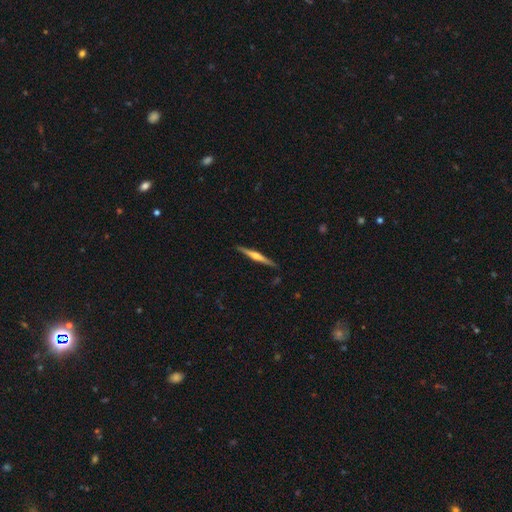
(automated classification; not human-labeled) A featured or disk galaxy (69%) viewed edge-on (98%) with a rounded central bulge (83%).

Vote fractions:
- Smooth or featured? featured or disk: 69% / smooth: 25% / star or artifact: 5%
- Edge-on disk? yes: 98% / no: 2%
- Edge-on bulge? rounded: 83% / none: 10% / boxy: 7%
- Merging? none: 90% / minor disturbance: 7% / major disturbance: 1% / merger: 1%